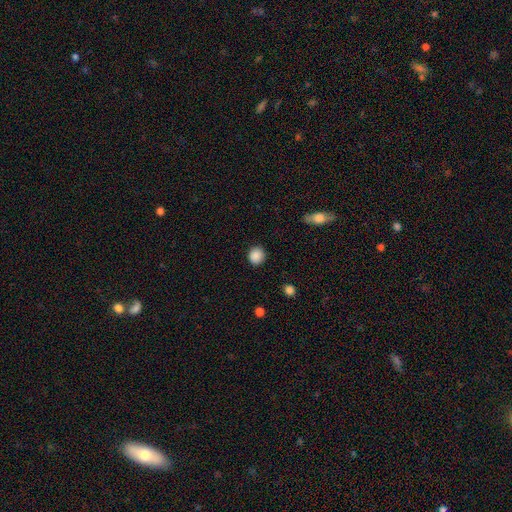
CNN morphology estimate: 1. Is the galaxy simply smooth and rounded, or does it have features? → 88% smooth, 9% star or artifact, 3% featured or disk.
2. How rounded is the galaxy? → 87% round, 12% in between, 1% cigar-shaped.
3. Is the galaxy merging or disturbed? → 89% none, 7% minor disturbance, 2% major disturbance, 1% merger.